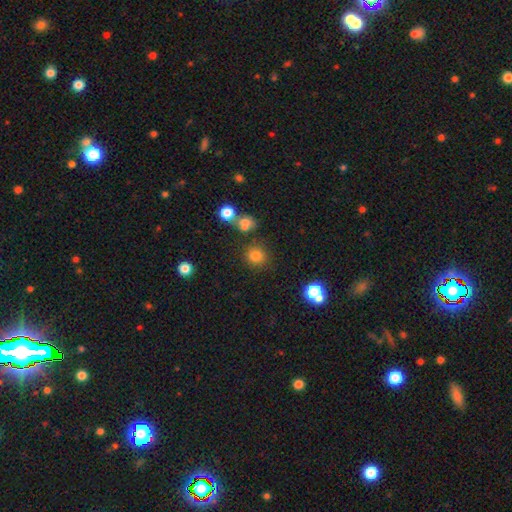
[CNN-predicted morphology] A smooth galaxy with no disk features (78%) that is round (89%). Merging: none (79%).